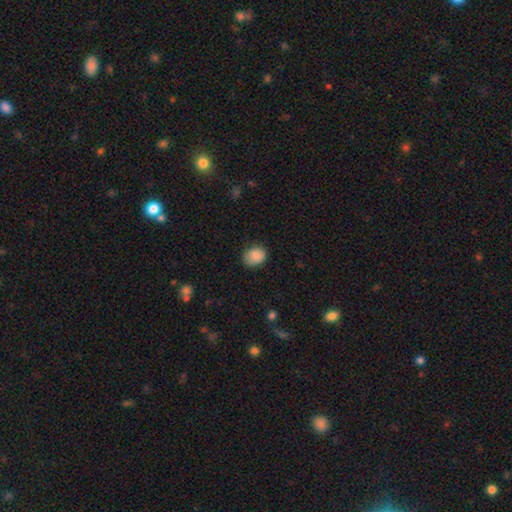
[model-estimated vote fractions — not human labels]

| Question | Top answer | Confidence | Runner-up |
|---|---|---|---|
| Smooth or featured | smooth | 86% | star or artifact (8%) |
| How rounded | in between | 53% | round (46%) |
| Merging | none | 76% | minor disturbance (19%) |